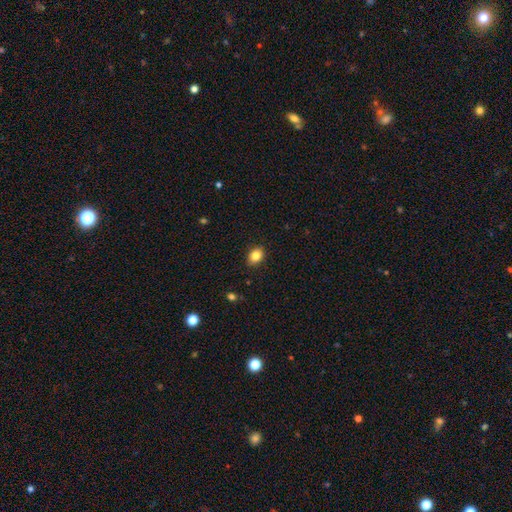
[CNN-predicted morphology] Q: Smooth or featured?
A: smooth (84%); runner-up: star or artifact (10%)
Q: How rounded?
A: in between (62%); runner-up: round (37%)
Q: Merging?
A: none (88%); runner-up: minor disturbance (9%)